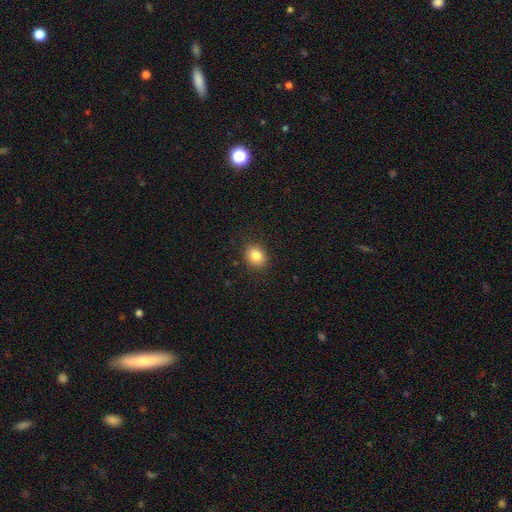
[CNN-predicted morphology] A smooth galaxy with no disk features (84%) that is round (55%). Merging: none (88%).